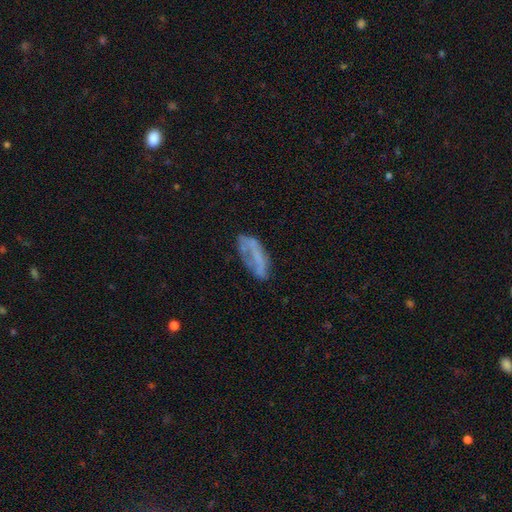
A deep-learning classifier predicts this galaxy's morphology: This is possibly a featured or disk galaxy (46%). Merging: possibly none (47%).